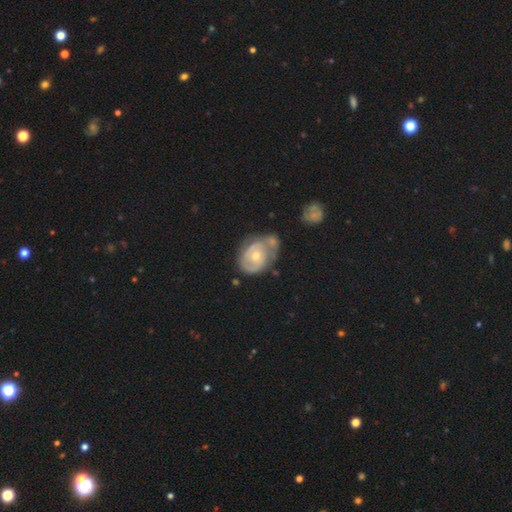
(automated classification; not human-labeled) featured or disk 68%, smooth 27%, star or artifact 6%. Down the decision tree: edge-on disk — no (96%); bar — no (73%); spiral arms — yes (74%); bulge size — moderate (58%); merging — none (39%).